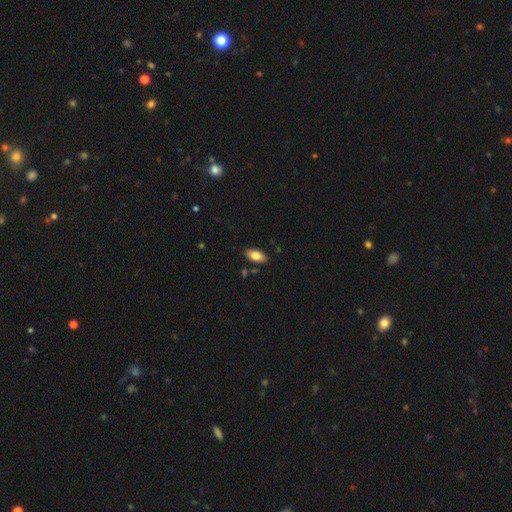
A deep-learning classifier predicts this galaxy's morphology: The model was most divided on "smooth or featured": smooth: 78%, featured or disk: 15%, star or artifact: 7%. More confident: how rounded — in between (91%); merging — none (85%).